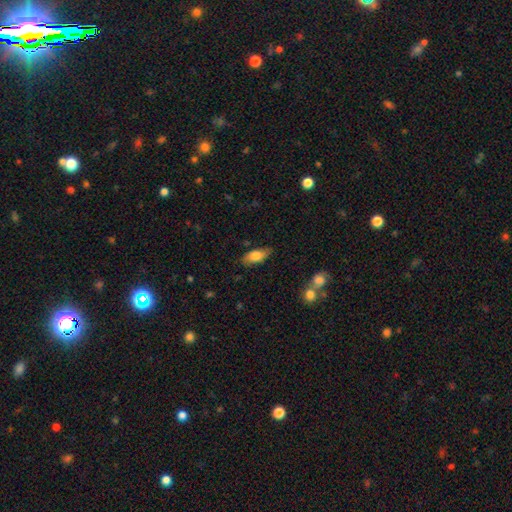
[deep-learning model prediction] smooth_or_featured: smooth (p=0.76) [alt: featured or disk p=0.17]
how_rounded: in between (p=0.82) [alt: cigar-shaped p=0.15]
merging: none (p=0.76) [alt: minor disturbance p=0.18]